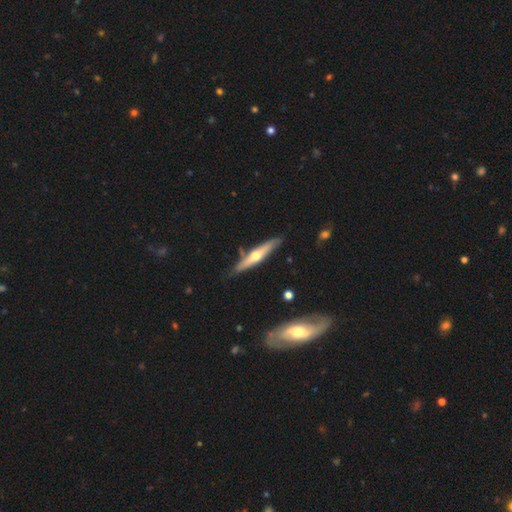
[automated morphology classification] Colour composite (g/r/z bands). It shows a featured or disk galaxy (59%) viewed edge-on (92%) with a rounded central bulge (90%). Merging: none (81%).